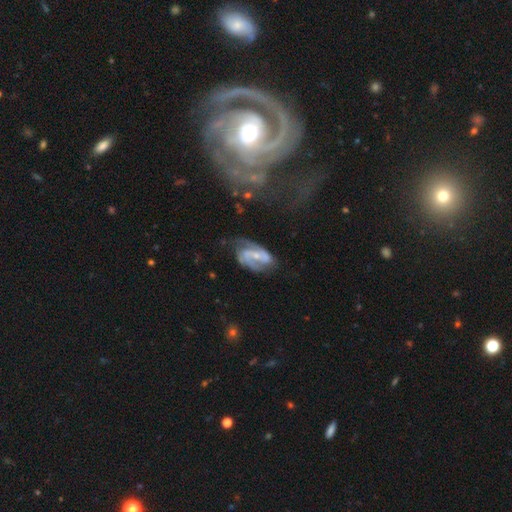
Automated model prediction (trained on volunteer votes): Smooth or featured?
  - featured or disk: 83% *
  - smooth: 11%
  - star or artifact: 6%
Edge-on disk?
  - no: 97% *
  - yes: 3%
Bar?
  - weak: 43% *
  - no: 31%
  - strong: 25%
Spiral arms?
  - yes: 94% *
  - no: 6%
Spiral winding?
  - medium: 49% *
  - tight: 28%
  - loose: 23%
Spiral arm count?
  - 2: 83% *
  - can't tell: 8%
  - 3: 3%
  - 1: 3%
  - 4: 1%
  - more than 4: 1%
Bulge size?
  - small: 61% *
  - moderate: 30%
  - none: 6%
  - large: 2%
  - dominant: 1%
Merging?
  - none: 56% *
  - minor disturbance: 25%
  - major disturbance: 14%
  - merger: 5%